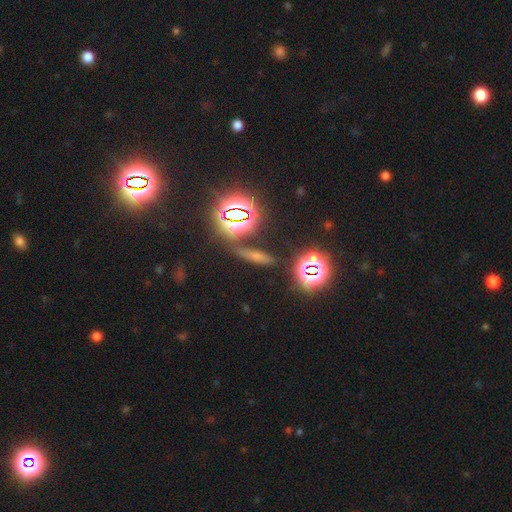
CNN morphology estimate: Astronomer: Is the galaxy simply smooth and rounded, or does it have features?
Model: smooth — 46% (runner-up: star or artifact, 39%).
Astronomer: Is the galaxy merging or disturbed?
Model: none — 72%.